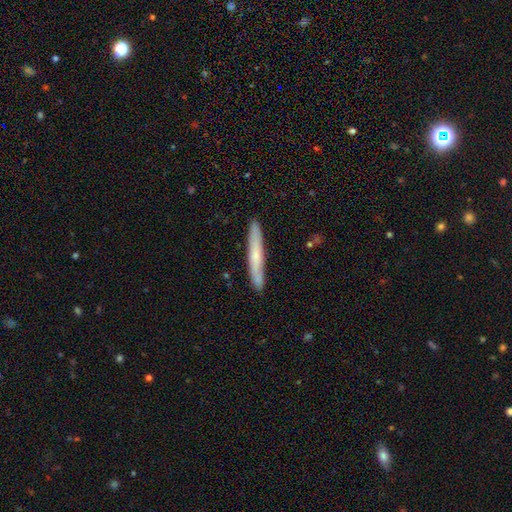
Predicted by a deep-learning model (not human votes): Smooth or featured?
  - smooth: 53% *
  - featured or disk: 42%
  - star or artifact: 6%
How rounded?
  - cigar-shaped: 95% *
  - in between: 3%
  - round: 1%
Merging?
  - none: 89% *
  - minor disturbance: 8%
  - major disturbance: 1%
  - merger: 1%